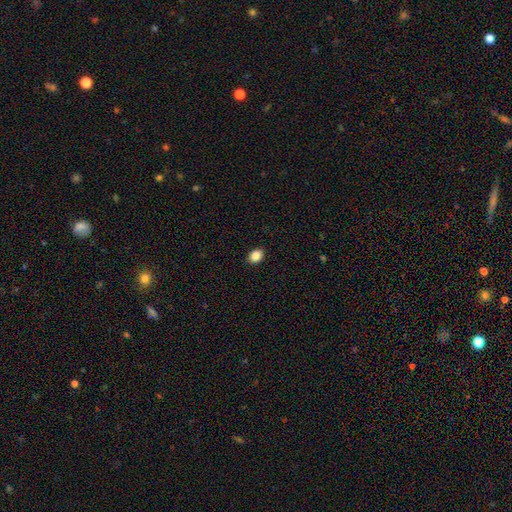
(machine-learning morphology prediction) Smooth or featured? smooth (87%)
How rounded? in between (70%)
Merging? none (90%)